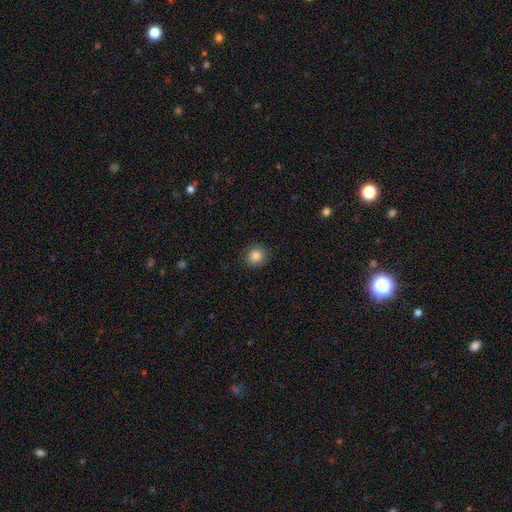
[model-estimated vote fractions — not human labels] smooth 84%, star or artifact 10%, featured or disk 5%. Down the decision tree: how rounded — round (84%); merging — none (89%).